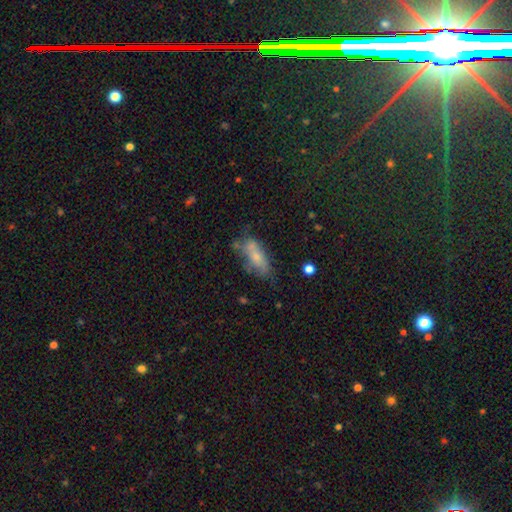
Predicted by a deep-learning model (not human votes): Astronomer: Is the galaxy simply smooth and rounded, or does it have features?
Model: smooth — 59%.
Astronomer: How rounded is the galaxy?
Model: in between — 71%.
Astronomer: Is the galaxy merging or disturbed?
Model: none — 46% (runner-up: minor disturbance, 29%).